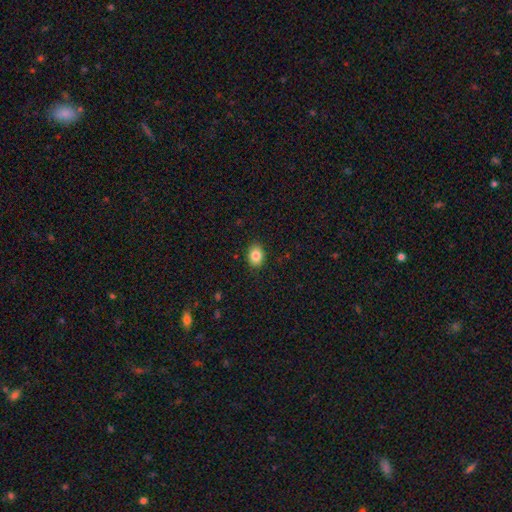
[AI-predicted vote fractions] smooth-or-featured: smooth: 85% | star or artifact: 9% | featured or disk: 6%
  how-rounded: in between: 65% | round: 34% | cigar-shaped: 1%
  merging: none: 89% | minor disturbance: 8% | major disturbance: 2% | merger: 1%